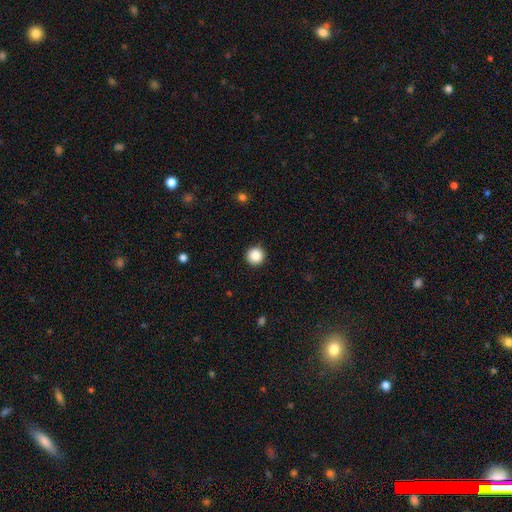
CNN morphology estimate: Smooth or featured?
  - smooth: 88% *
  - star or artifact: 9%
  - featured or disk: 3%
How rounded?
  - round: 96% *
  - in between: 3%
  - cigar-shaped: 1%
Merging?
  - none: 92% *
  - minor disturbance: 5%
  - major disturbance: 2%
  - merger: 1%